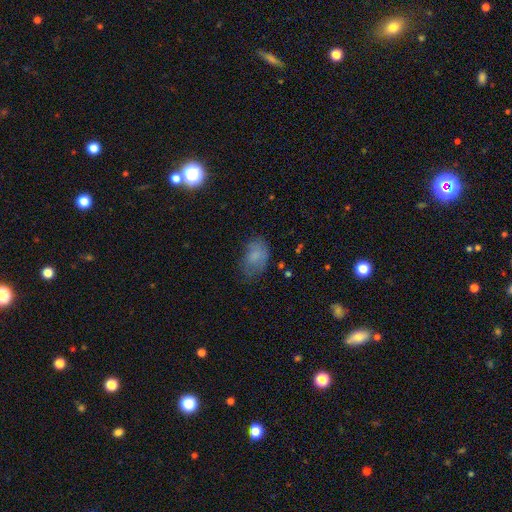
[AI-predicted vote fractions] A smooth galaxy with no disk features (74%) that is in between round and cigar-shaped (81%). Merging: none (59%).